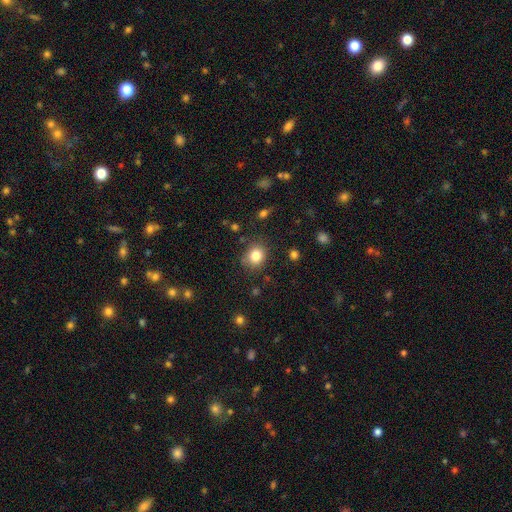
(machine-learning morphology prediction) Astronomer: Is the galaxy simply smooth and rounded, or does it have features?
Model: smooth — 82%.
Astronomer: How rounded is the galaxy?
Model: round — 71%.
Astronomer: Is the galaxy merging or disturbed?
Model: none — 81%.